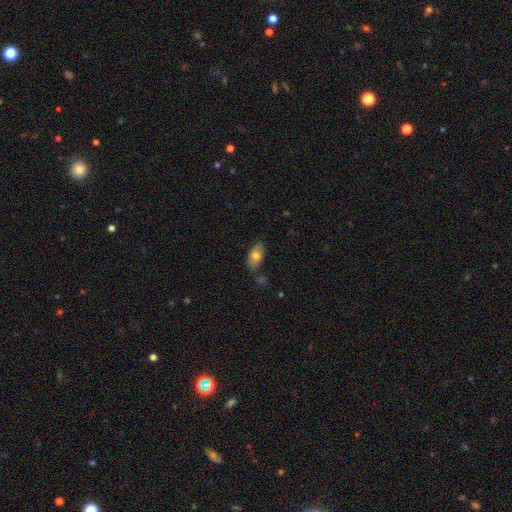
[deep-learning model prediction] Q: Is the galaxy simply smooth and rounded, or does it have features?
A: smooth — 73%.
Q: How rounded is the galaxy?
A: in between — 92%.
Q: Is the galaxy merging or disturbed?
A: none — 75%.